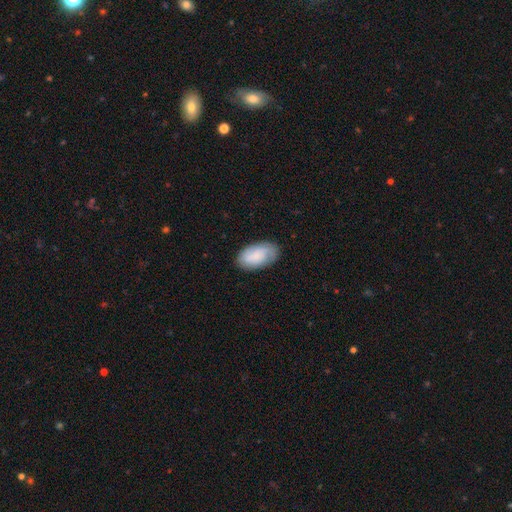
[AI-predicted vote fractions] Overall: smooth (69%). How rounded: in between (94%). Merging: none (80%).